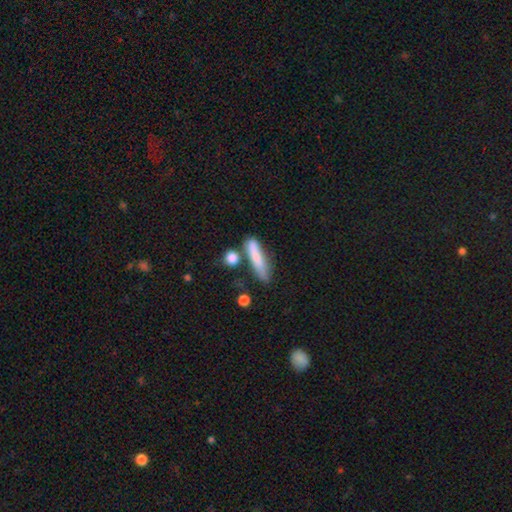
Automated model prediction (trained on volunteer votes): smooth_or_featured: smooth (p=0.76) [alt: featured or disk p=0.16]
how_rounded: cigar-shaped (p=0.77) [alt: in between p=0.19]
merging: none (p=0.59) [alt: minor disturbance p=0.20]